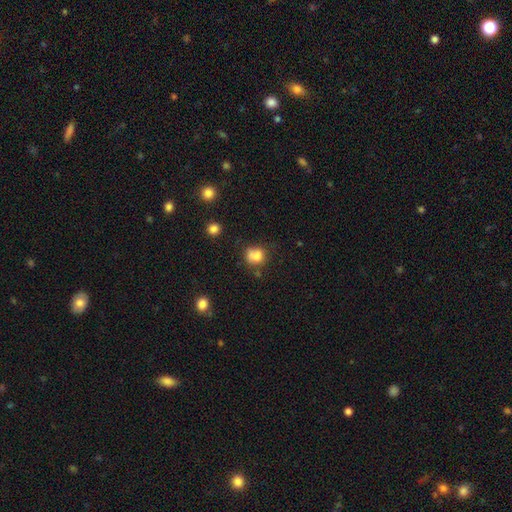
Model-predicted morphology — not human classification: A smooth galaxy with no disk features (73%) that is round (69%).

Vote fractions:
- Smooth or featured? smooth: 73% / featured or disk: 14% / star or artifact: 12%
- How rounded? round: 69% / in between: 30% / cigar-shaped: 1%
- Merging? none: 42% / merger: 31% / minor disturbance: 19% / major disturbance: 9%